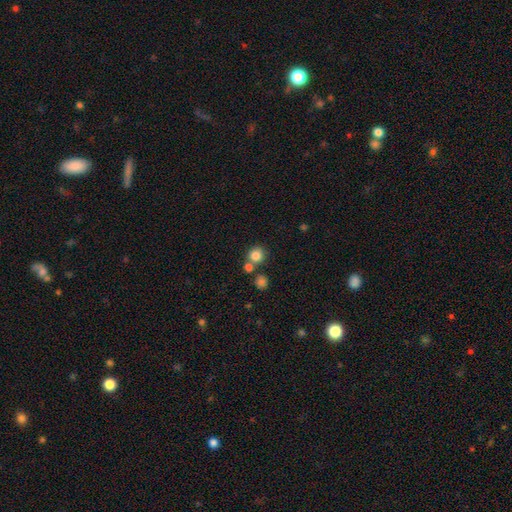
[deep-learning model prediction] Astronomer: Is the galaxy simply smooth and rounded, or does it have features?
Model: smooth — 83%.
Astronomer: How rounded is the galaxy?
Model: round — 87%.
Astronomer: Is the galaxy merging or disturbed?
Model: none — 62%.